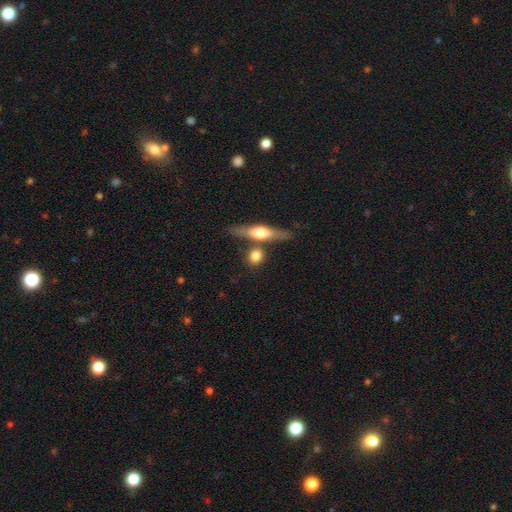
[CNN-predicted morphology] Smooth or featured? smooth (68%)
How rounded? round (64%)
Merging? none (66%)